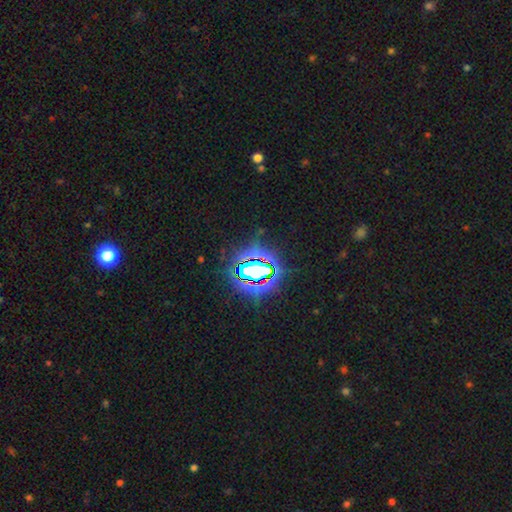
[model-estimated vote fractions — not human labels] Q: Smooth or featured?
A: star or artifact (76%); runner-up: smooth (13%)